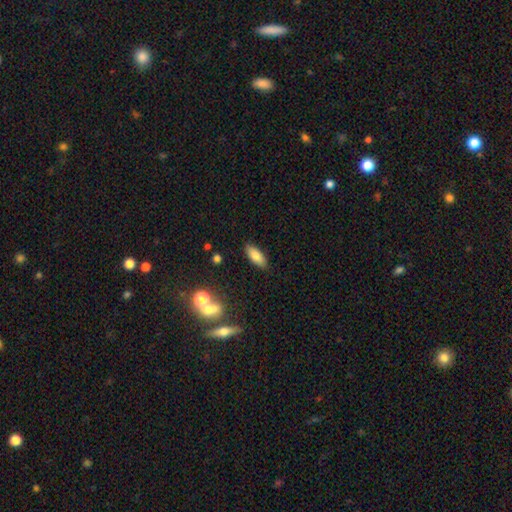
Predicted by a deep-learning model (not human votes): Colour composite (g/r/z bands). It shows a smooth galaxy with no disk features (81%) that is in between round and cigar-shaped (75%). Merging: none (86%).